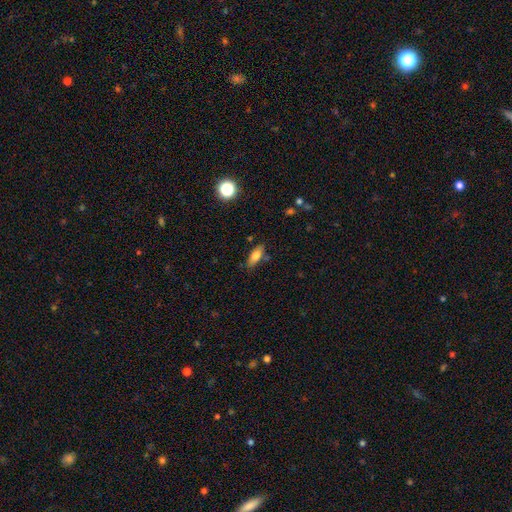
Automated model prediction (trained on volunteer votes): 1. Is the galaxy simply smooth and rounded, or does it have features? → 75% smooth, 17% featured or disk, 8% star or artifact.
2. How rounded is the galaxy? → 72% in between, 25% cigar-shaped, 4% round.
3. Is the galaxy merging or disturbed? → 75% none, 16% minor disturbance, 5% merger, 4% major disturbance.